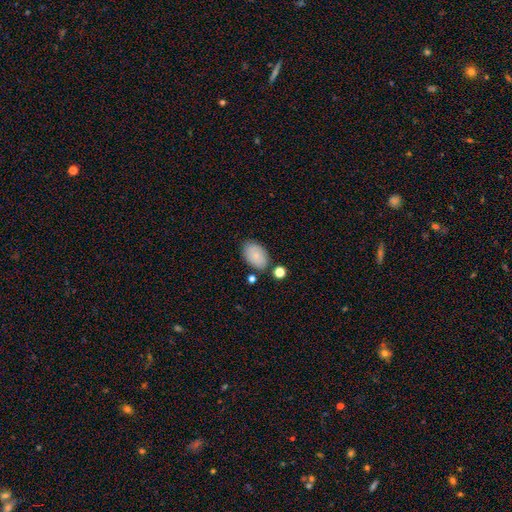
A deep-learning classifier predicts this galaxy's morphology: smooth 77%, featured or disk 15%, star or artifact 8%. Down the decision tree: how rounded — in between (89%); merging — none (75%).